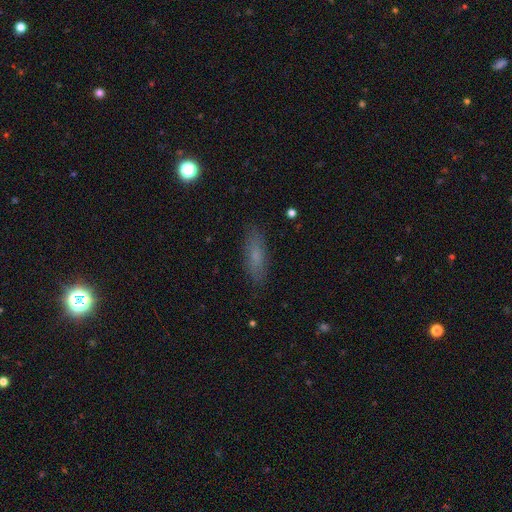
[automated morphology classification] Smooth or featured: smooth — 67% (featured or disk — 22%)
How rounded: in between — 49% (cigar-shaped — 48%)
Merging: none — 85% (minor disturbance — 11%)